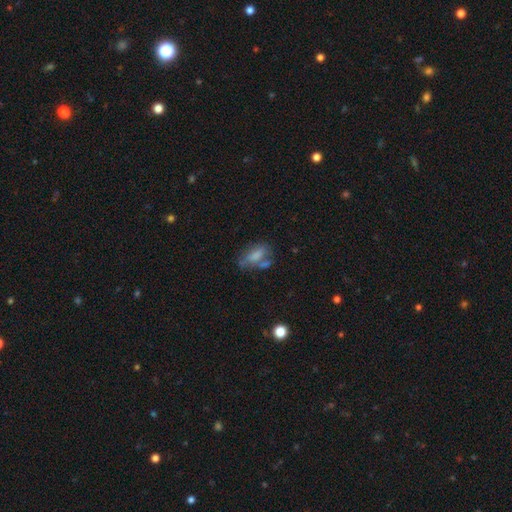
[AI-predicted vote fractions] Smooth or featured? smooth (63%)
How rounded? in between (74%)
Merging? none (44%)